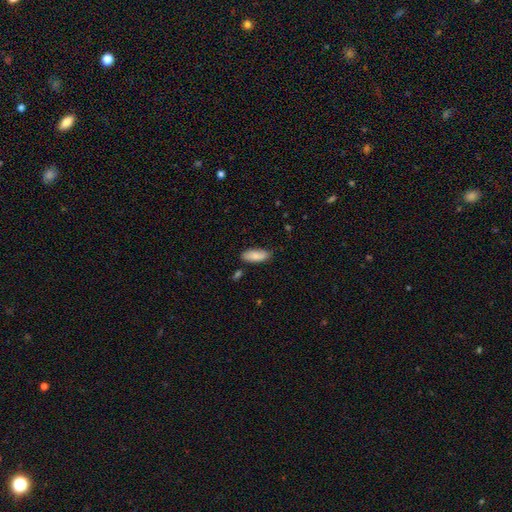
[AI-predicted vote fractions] smooth_or_featured: smooth (p=0.85) [alt: featured or disk p=0.09]
how_rounded: in between (p=0.82) [alt: cigar-shaped p=0.16]
merging: none (p=0.80) [alt: minor disturbance p=0.14]